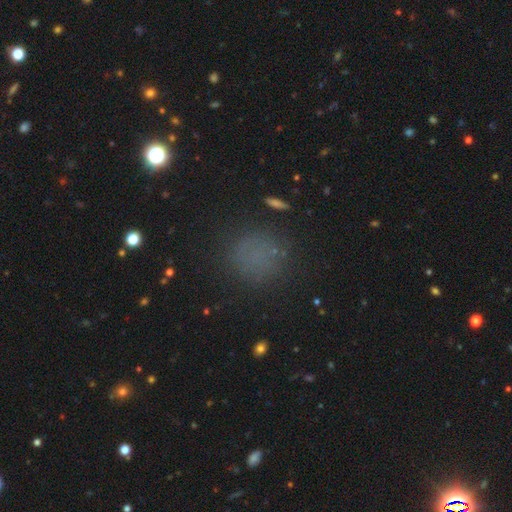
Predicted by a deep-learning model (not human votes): smooth_or_featured: smooth (p=0.63) [alt: star or artifact p=0.29]
how_rounded: round (p=0.85) [alt: in between p=0.13]
merging: none (p=0.80) [alt: minor disturbance p=0.11]